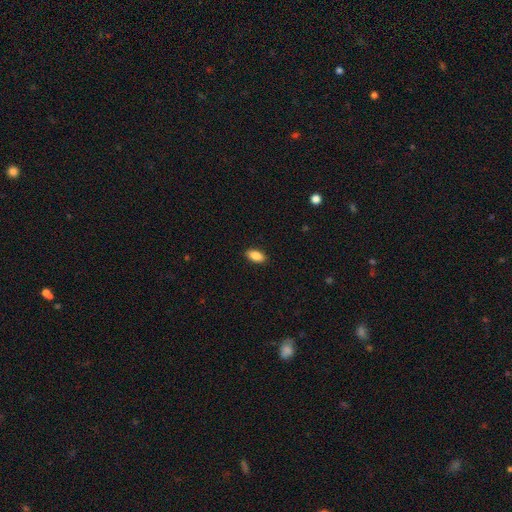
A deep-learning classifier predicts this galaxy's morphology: This is clearly a smooth galaxy (88%). How rounded: clearly in between (92%). Merging: clearly none (90%).